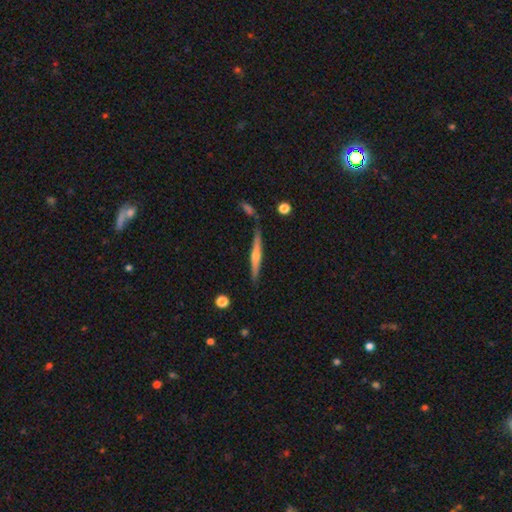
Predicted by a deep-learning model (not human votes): Morphology: type=featured or disk (63%); edge-on=yes (97%); edge-on bulge=rounded (78%); merging=none (80%).